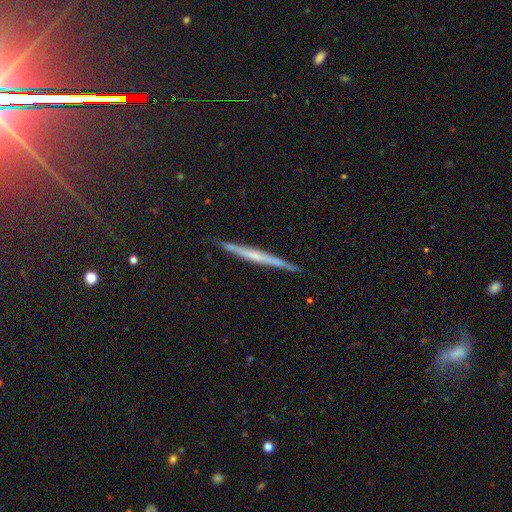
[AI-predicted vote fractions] Smooth or featured: featured or disk — 59% (smooth — 27%)
Edge-on disk: yes — 97% (no — 3%)
Edge-on bulge: none — 58% (rounded — 28%)
Merging: none — 88% (minor disturbance — 9%)